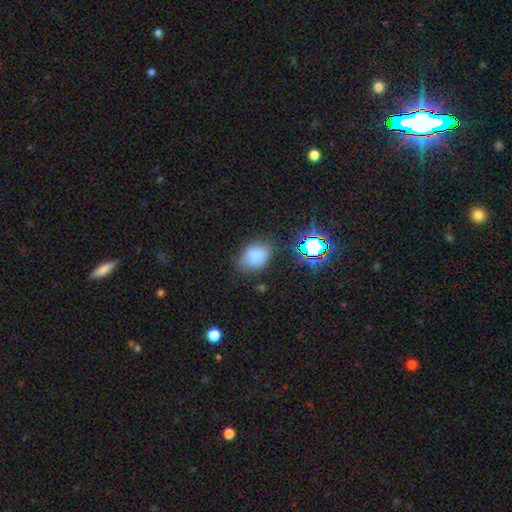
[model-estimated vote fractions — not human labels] Smooth or featured? smooth (78%)
How rounded? in between (69%)
Merging? none (70%)